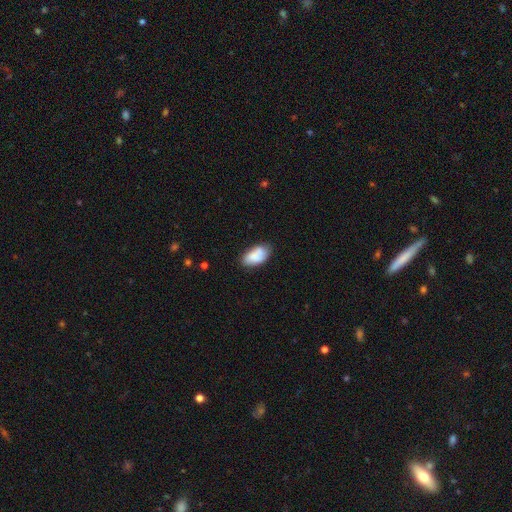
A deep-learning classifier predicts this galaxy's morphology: Smooth or featured? smooth (80%)
How rounded? in between (94%)
Merging? none (67%)